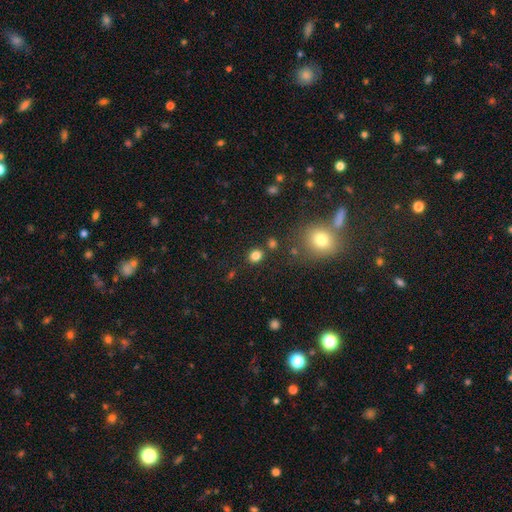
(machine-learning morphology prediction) type=smooth (81%); roundness=round (62%); merging=none (81%).